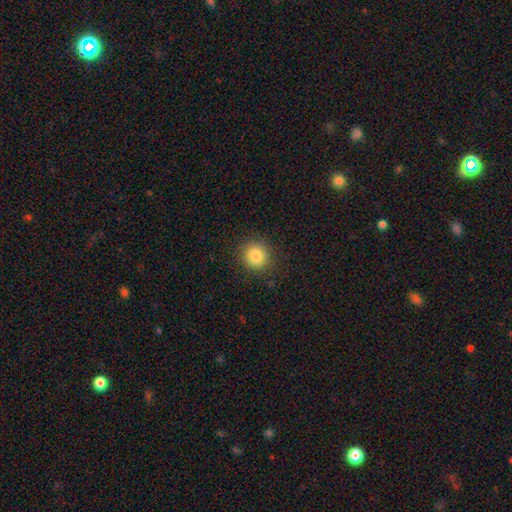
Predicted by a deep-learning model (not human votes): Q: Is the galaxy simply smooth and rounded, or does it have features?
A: smooth — 84%.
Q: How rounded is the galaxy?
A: round — 88%.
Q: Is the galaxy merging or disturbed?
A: none — 89%.